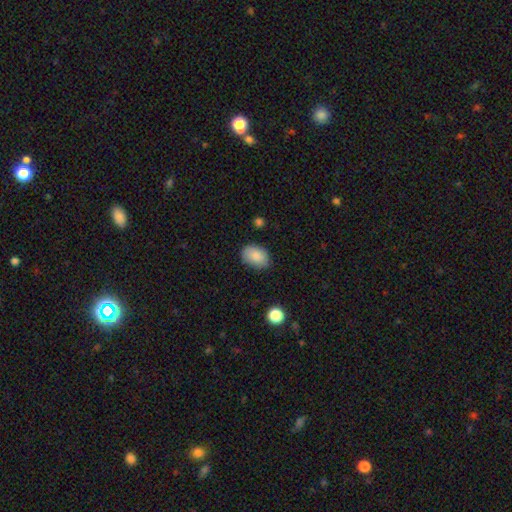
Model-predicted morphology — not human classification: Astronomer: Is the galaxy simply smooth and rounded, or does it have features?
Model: smooth — 87%.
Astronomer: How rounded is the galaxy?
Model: in between — 83%.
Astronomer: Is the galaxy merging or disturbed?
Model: none — 79%.